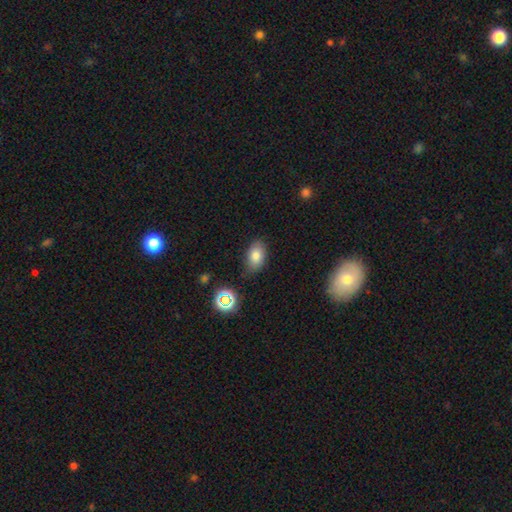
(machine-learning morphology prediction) Smooth or featured: smooth — 79% (star or artifact — 11%)
How rounded: in between — 86% (round — 12%)
Merging: none — 80% (minor disturbance — 15%)